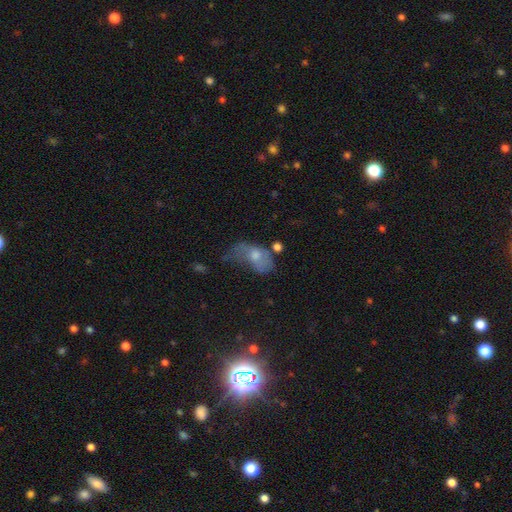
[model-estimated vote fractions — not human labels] Morphology: type=smooth (47%); merging=major disturbance (42%).